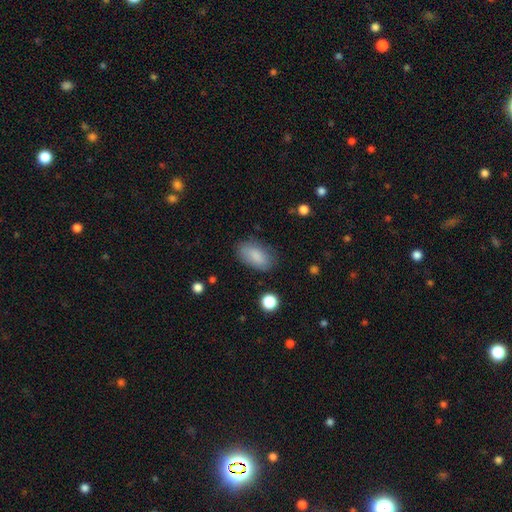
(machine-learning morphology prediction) This is clearly a smooth galaxy (86%). How rounded: clearly in between (92%). Merging: likely none (79%).